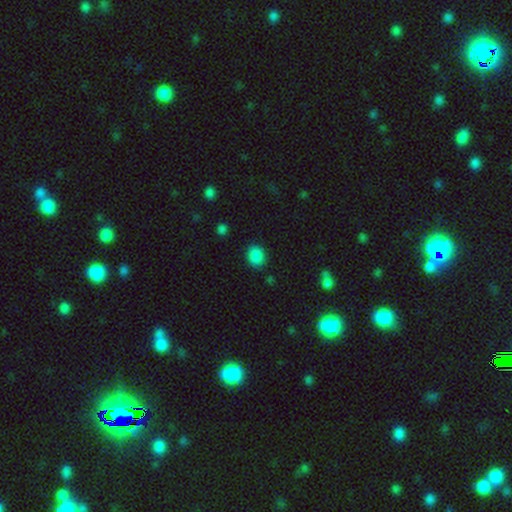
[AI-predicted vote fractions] smooth-or-featured: smooth: 87% | star or artifact: 10% | featured or disk: 3%
  how-rounded: round: 57% | in between: 42% | cigar-shaped: 1%
  merging: none: 87% | minor disturbance: 9% | major disturbance: 3% | merger: 2%